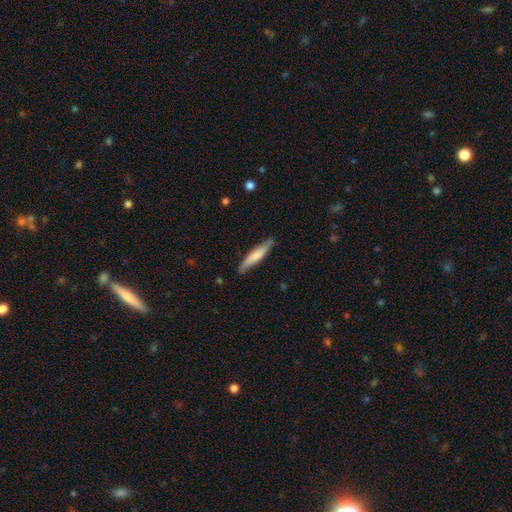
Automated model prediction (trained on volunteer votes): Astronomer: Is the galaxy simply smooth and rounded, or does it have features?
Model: smooth — 68%.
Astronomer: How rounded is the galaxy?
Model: cigar-shaped — 90%.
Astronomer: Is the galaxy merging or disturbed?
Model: none — 84%.